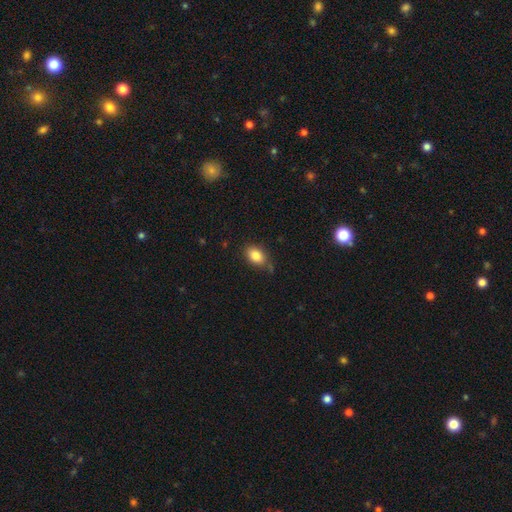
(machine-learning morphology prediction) The model was most divided on "merging": none: 75%, minor disturbance: 19%, major disturbance: 4%, merger: 3%. More confident: smooth or featured — smooth (84%); how rounded — in between (83%).